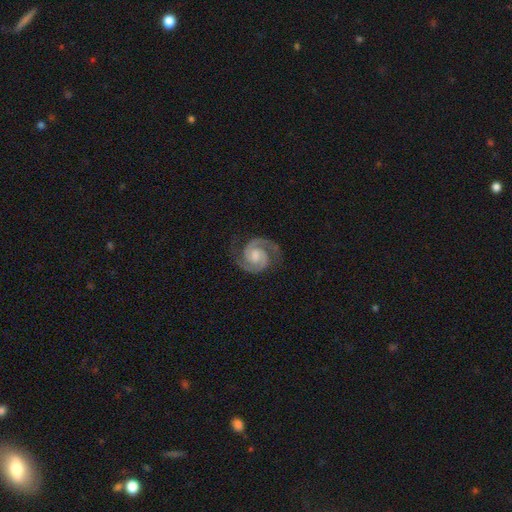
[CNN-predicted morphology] Smooth or featured: featured or disk — 93% (star or artifact — 4%)
Edge-on disk: no — 98% (yes — 2%)
Bar: no — 49% (weak — 41%)
Spiral arms: yes — 99% (no — 1%)
Spiral winding: tight — 53% (medium — 42%)
Spiral arm count: 2 — 94% (3 — 1%)
Bulge size: moderate — 49% (small — 29%)
Merging: none — 82% (minor disturbance — 13%)